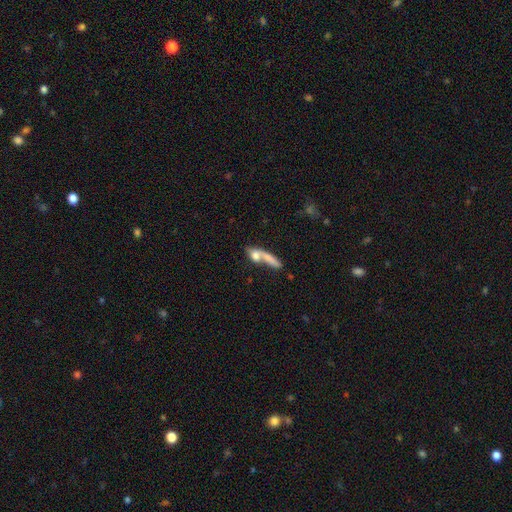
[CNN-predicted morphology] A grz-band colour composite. It shows a smooth galaxy with no disk features (69%) that is cigar-shaped (47%). Merging: merger (52%).